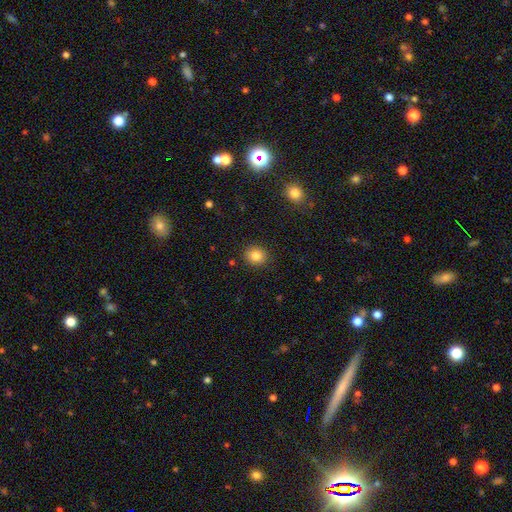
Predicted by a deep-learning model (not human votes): Q: Smooth or featured?
A: smooth (84%); runner-up: star or artifact (10%)
Q: How rounded?
A: round (76%); runner-up: in between (23%)
Q: Merging?
A: none (89%); runner-up: minor disturbance (7%)